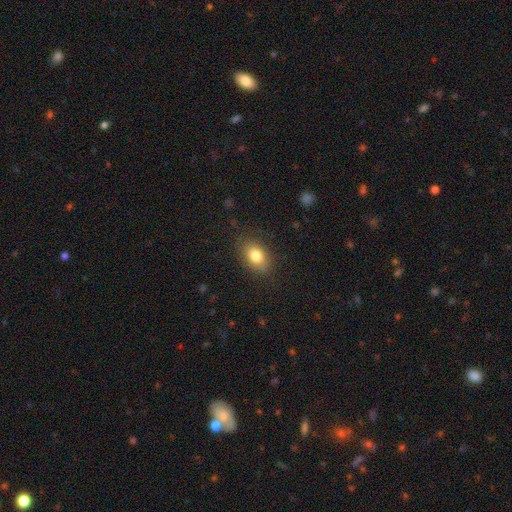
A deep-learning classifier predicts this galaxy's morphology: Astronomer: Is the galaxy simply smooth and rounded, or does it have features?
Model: smooth — 81%.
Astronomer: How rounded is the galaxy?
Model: in between — 82%.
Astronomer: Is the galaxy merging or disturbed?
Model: none — 82%.